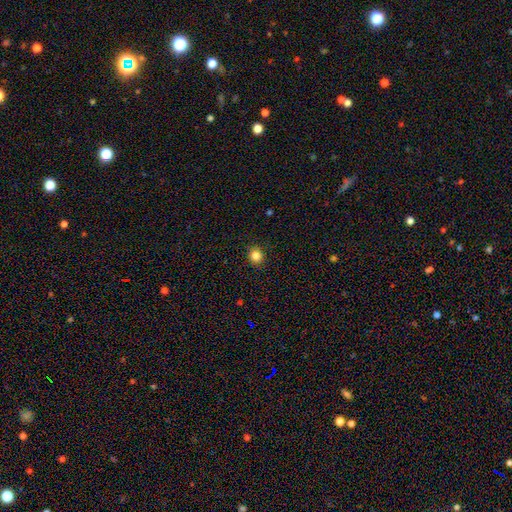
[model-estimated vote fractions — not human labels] This appears to be a smooth galaxy with no disk features (84%) that is round (87%). Merging: none (92%).